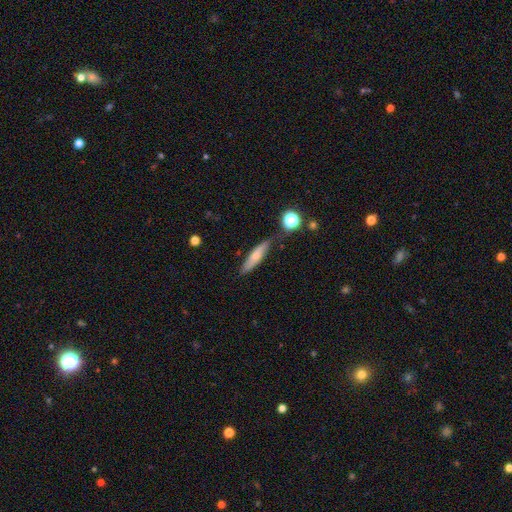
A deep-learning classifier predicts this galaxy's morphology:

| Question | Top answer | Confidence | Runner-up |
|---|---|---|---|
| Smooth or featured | smooth | 58% | featured or disk (34%) |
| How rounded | cigar-shaped | 76% | in between (21%) |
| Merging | none | 72% | minor disturbance (19%) |